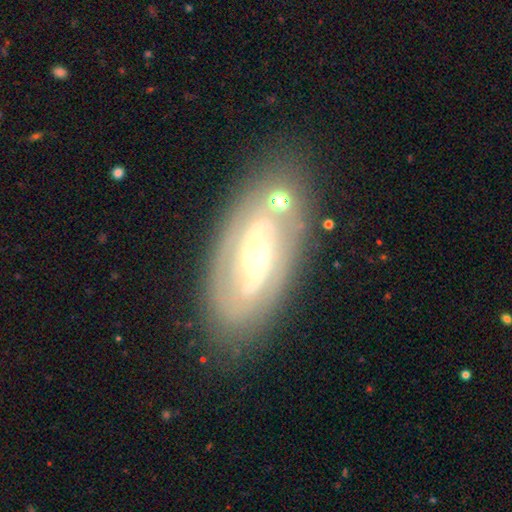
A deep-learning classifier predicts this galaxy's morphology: smooth_or_featured: featured or disk (p=0.84) [alt: smooth p=0.10]
disk_edge_on: no (p=0.93) [alt: yes p=0.07]
bar: weak (p=0.40) [alt: no p=0.37]
has_spiral_arms: yes (p=0.89) [alt: no p=0.11]
spiral_winding: medium (p=0.44) [alt: tight p=0.38]
spiral_arm_count: 2 (p=0.79) [alt: can't tell p=0.11]
bulge_size: moderate (p=0.50) [alt: small p=0.44]
merging: none (p=0.78) [alt: minor disturbance p=0.12]